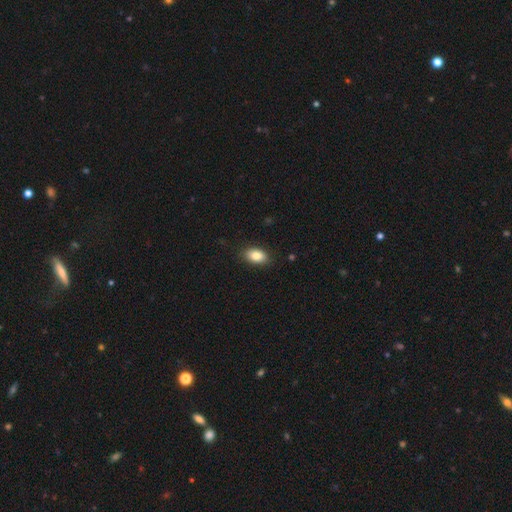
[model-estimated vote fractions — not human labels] Smooth or featured? Predicted: smooth (p=0.85). How rounded? Predicted: in between (p=0.90). Merging? Predicted: none (p=0.87).